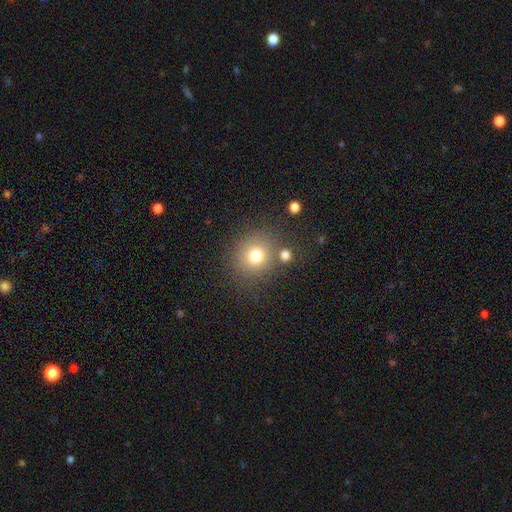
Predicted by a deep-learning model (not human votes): smooth_or_featured: smooth (p=0.76) [alt: star or artifact p=0.14]
how_rounded: round (p=0.84) [alt: in between p=0.15]
merging: none (p=0.76) [alt: minor disturbance p=0.10]